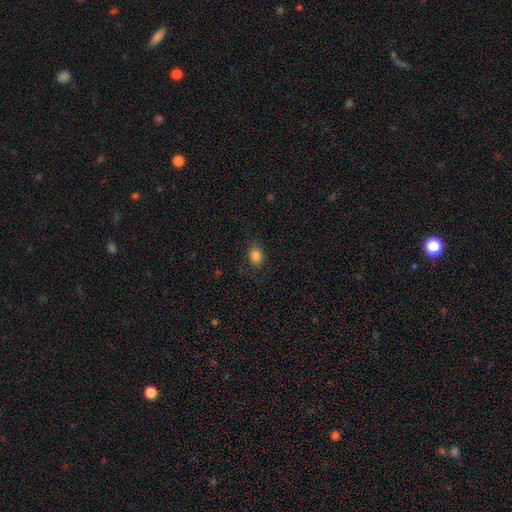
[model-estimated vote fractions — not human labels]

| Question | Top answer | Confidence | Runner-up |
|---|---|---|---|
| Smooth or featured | smooth | 84% | star or artifact (11%) |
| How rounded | in between | 62% | round (37%) |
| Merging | none | 79% | minor disturbance (15%) |